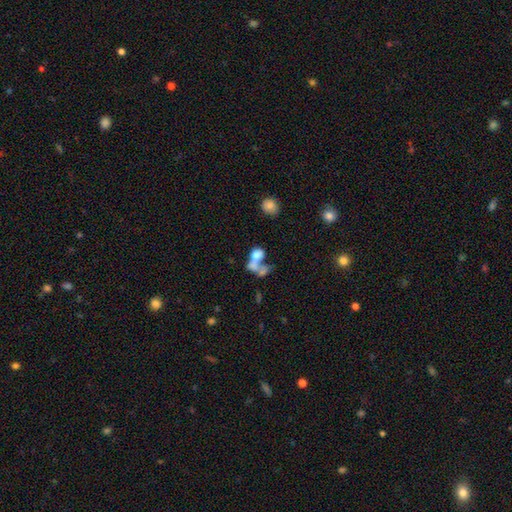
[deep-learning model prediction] This is likely a smooth galaxy (61%). How rounded: likely in between (63%). Merging: likely merger (64%).